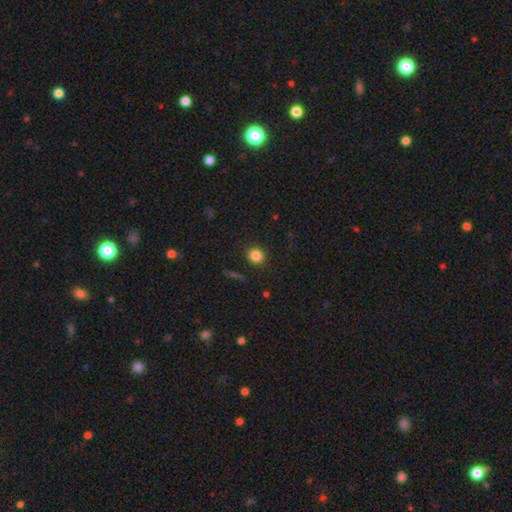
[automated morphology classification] smooth_or_featured: smooth (p=0.83) [alt: star or artifact p=0.12]
how_rounded: round (p=0.80) [alt: in between p=0.19]
merging: none (p=0.88) [alt: minor disturbance p=0.08]